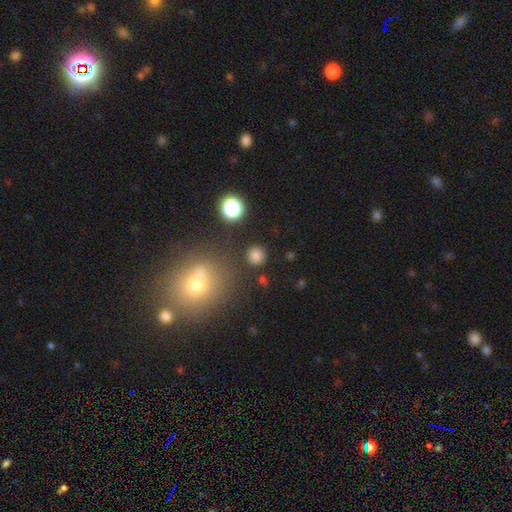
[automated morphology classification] Overall: smooth (79%). How rounded: round (91%). Merging: none (87%).